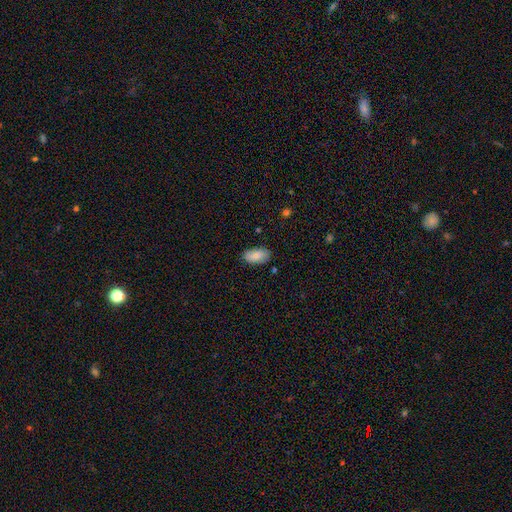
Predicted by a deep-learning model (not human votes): This is clearly a smooth galaxy (86%). How rounded: clearly in between (94%). Merging: clearly none (81%).